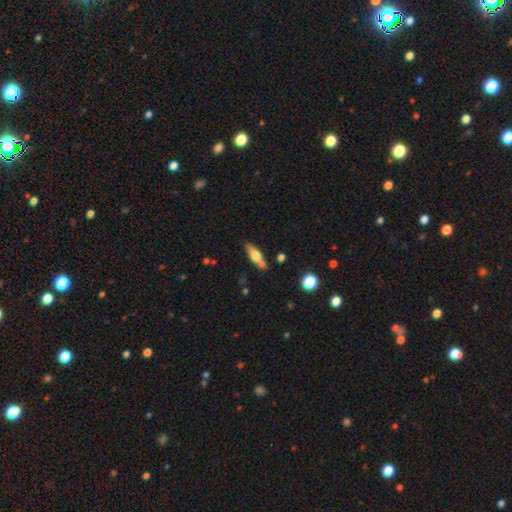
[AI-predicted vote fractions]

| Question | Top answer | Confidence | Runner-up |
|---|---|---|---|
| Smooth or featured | smooth | 60% | featured or disk (33%) |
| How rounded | in between | 54% | cigar-shaped (43%) |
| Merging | none | 67% | minor disturbance (17%) |